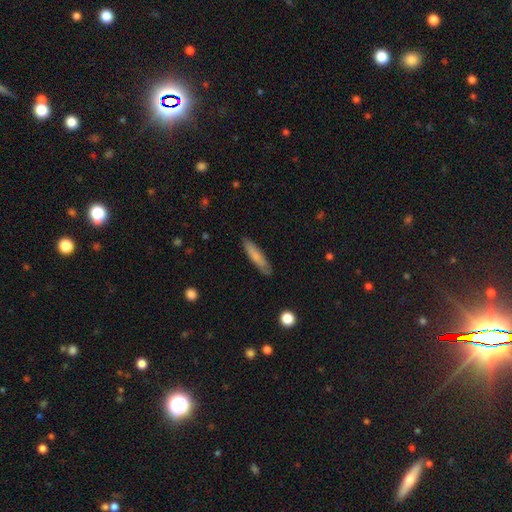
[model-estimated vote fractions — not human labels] This is likely a smooth galaxy (74%). How rounded: clearly cigar-shaped (83%). Merging: clearly none (85%).